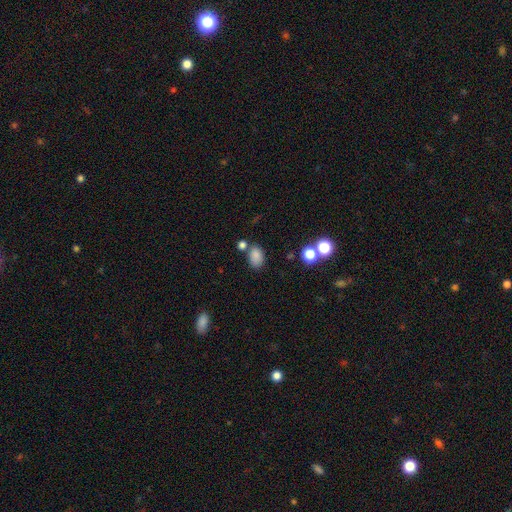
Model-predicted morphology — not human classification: smooth 82%, star or artifact 12%, featured or disk 7%. Down the decision tree: how rounded — in between (83%); merging — none (63%).